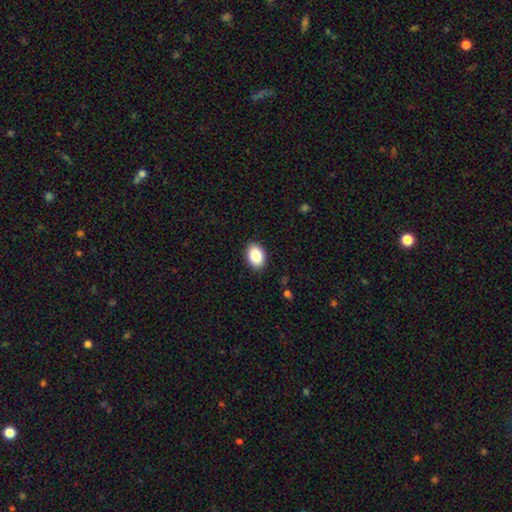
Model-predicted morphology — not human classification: Smooth or featured? smooth (86%)
How rounded? in between (79%)
Merging? none (89%)